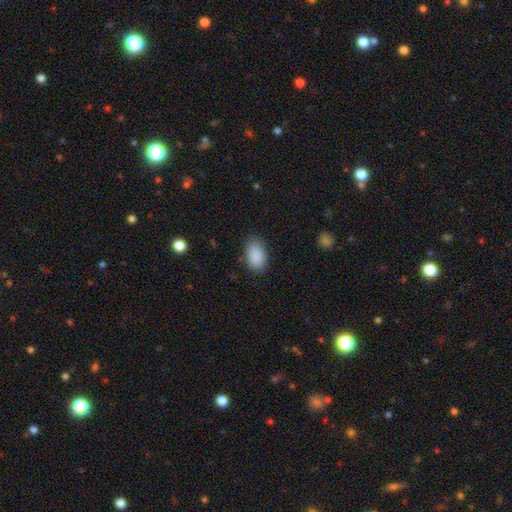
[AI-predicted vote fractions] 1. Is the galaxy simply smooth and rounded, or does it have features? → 90% smooth, 7% star or artifact, 3% featured or disk.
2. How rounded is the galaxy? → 93% in between, 6% round, 2% cigar-shaped.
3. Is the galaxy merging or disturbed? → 83% none, 12% minor disturbance, 3% major disturbance, 1% merger.